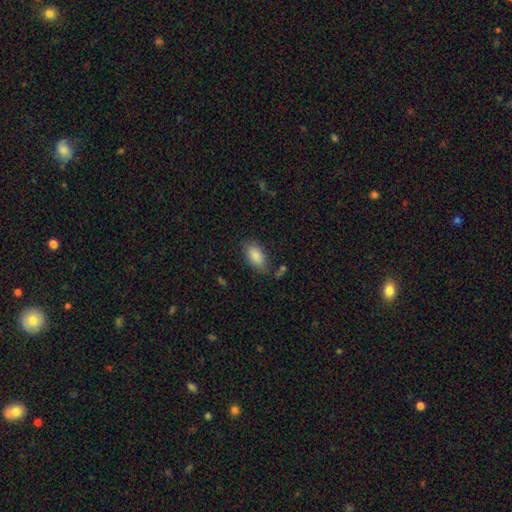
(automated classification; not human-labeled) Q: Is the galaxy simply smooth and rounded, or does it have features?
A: smooth — 87%.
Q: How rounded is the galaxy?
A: in between — 93%.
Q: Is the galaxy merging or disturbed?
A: none — 76%.